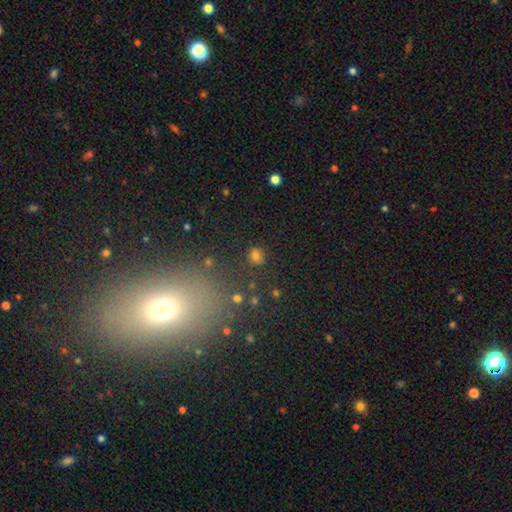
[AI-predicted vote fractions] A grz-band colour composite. It shows a smooth galaxy with no disk features (73%) that is round (75%). Merging: none (83%).